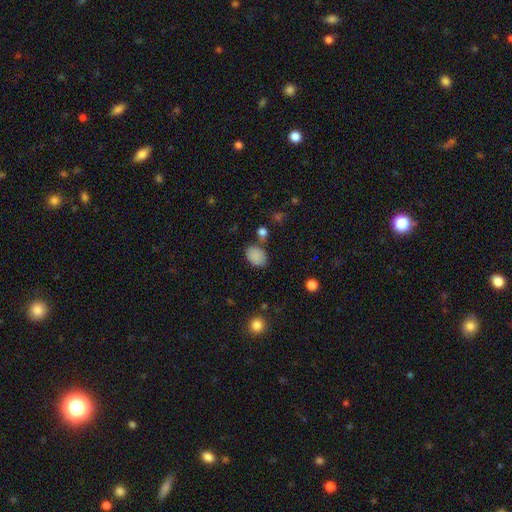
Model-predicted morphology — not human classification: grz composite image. It shows a smooth galaxy with no disk features (86%) that is in between round and cigar-shaped (77%). Merging: none (71%).